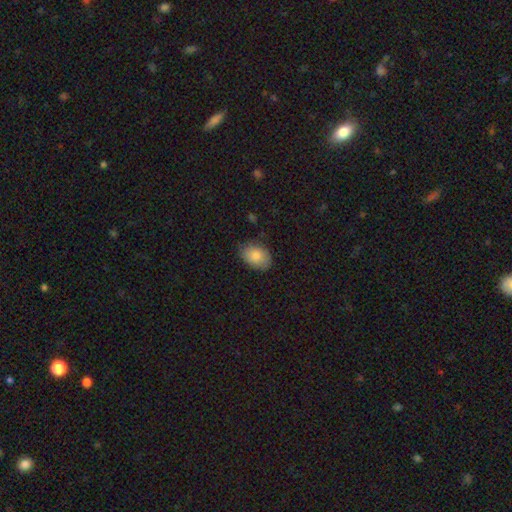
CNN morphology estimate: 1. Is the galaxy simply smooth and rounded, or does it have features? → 85% smooth, 8% featured or disk, 7% star or artifact.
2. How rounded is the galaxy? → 79% in between, 20% round, 1% cigar-shaped.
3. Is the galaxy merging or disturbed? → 78% none, 18% minor disturbance, 3% major disturbance, 1% merger.